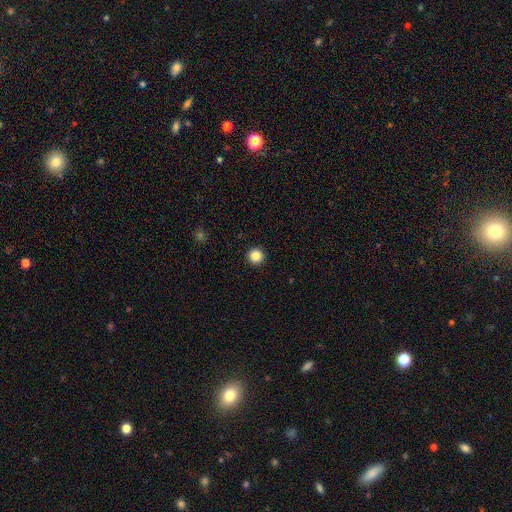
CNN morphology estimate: A smooth galaxy with no disk features (85%) that is round (96%).

Vote fractions:
- Smooth or featured? smooth: 85% / star or artifact: 11% / featured or disk: 4%
- How rounded? round: 96% / in between: 3% / cigar-shaped: 1%
- Merging? none: 94% / minor disturbance: 4% / major disturbance: 1% / merger: 1%